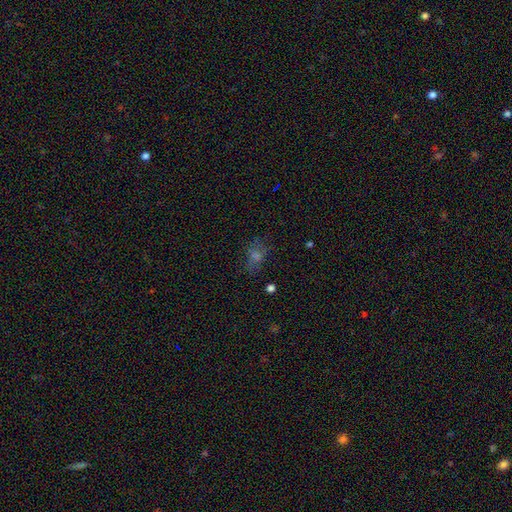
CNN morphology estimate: A smooth galaxy with no disk features (47%).

Vote fractions:
- Smooth or featured? smooth: 47% / star or artifact: 33% / featured or disk: 20%
- Merging? none: 66% / minor disturbance: 20% / major disturbance: 12% / merger: 3%